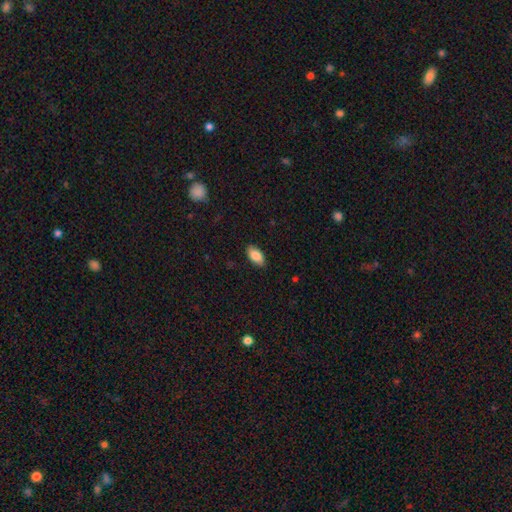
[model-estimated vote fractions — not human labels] Smooth or featured?
  - smooth: 86% *
  - featured or disk: 7%
  - star or artifact: 6%
How rounded?
  - in between: 93% *
  - cigar-shaped: 4%
  - round: 3%
Merging?
  - none: 86% *
  - minor disturbance: 11%
  - major disturbance: 2%
  - merger: 1%